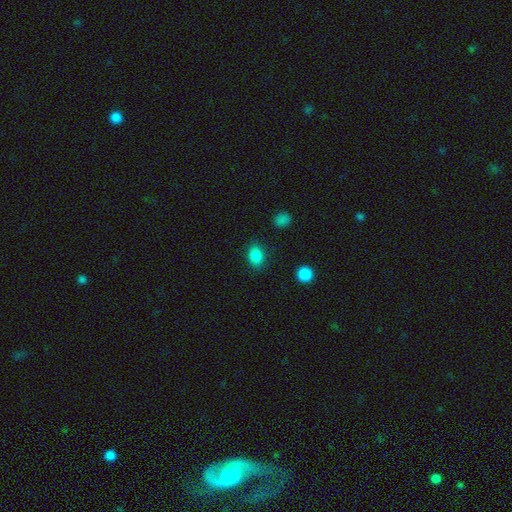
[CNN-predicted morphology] A smooth galaxy with no disk features (86%) that is in between round and cigar-shaped (73%).

Vote fractions:
- Smooth or featured? smooth: 86% / star or artifact: 10% / featured or disk: 4%
- How rounded? in between: 73% / round: 26% / cigar-shaped: 1%
- Merging? none: 84% / minor disturbance: 11% / major disturbance: 3% / merger: 2%